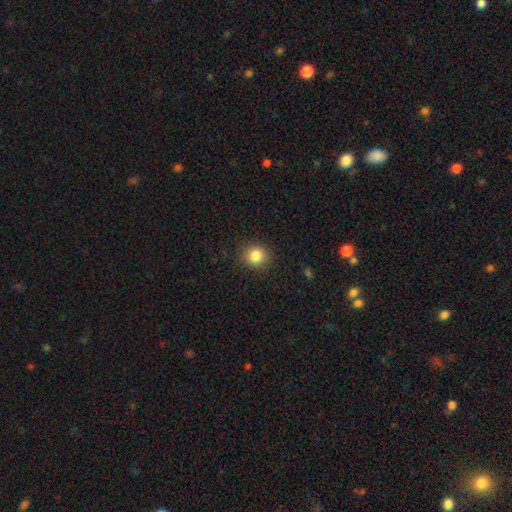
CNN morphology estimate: smooth 85%, star or artifact 11%, featured or disk 5%. Down the decision tree: how rounded — round (87%); merging — none (89%).